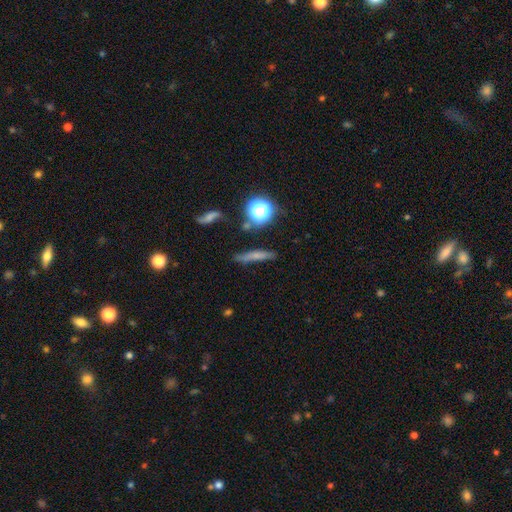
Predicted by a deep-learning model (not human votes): This appears to be a smooth galaxy with no disk features (57%) that is cigar-shaped (78%). Merging: none (76%).